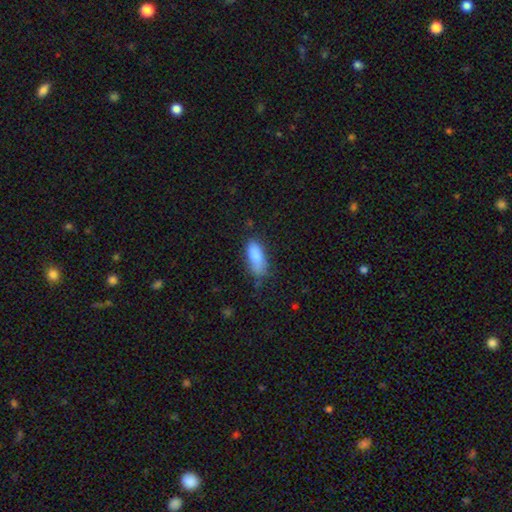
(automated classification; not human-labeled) Smooth or featured?
  - smooth: 84% *
  - featured or disk: 9%
  - star or artifact: 7%
How rounded?
  - in between: 79% *
  - cigar-shaped: 19%
  - round: 2%
Merging?
  - none: 59% *
  - minor disturbance: 29%
  - major disturbance: 9%
  - merger: 3%